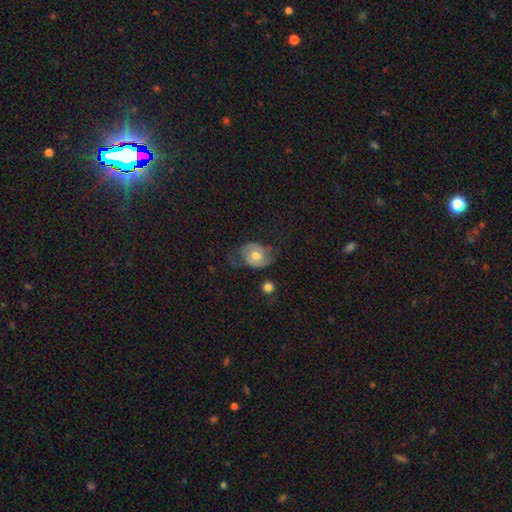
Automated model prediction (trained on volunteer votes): The model was most divided on "smooth or featured": featured or disk: 53%, smooth: 39%, star or artifact: 8%. More confident: edge-on disk — no (96%); bar — no (75%); bulge size — moderate (74%); spiral arms — yes (72%); merging — none (51%).